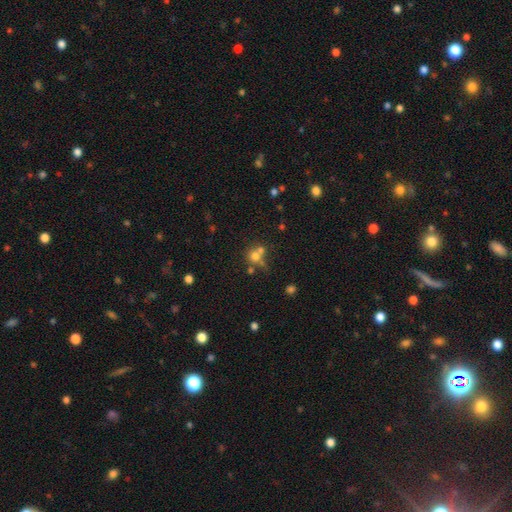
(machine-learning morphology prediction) Overall: smooth (65%). How rounded: round (84%). Merging: merger (43%; none 42%).